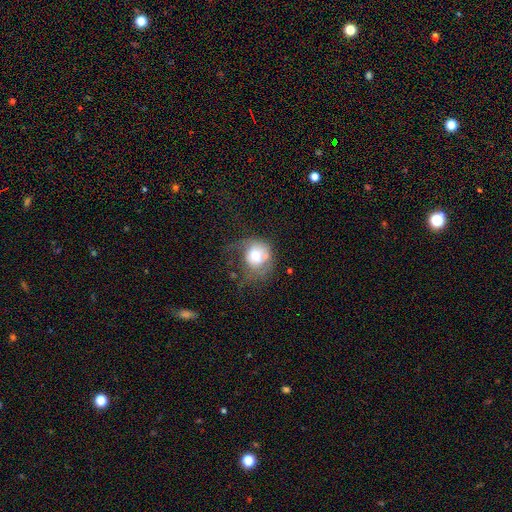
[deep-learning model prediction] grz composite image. It shows a smooth galaxy with no disk features (60%) that is round (74%). Merging: major disturbance (39%).